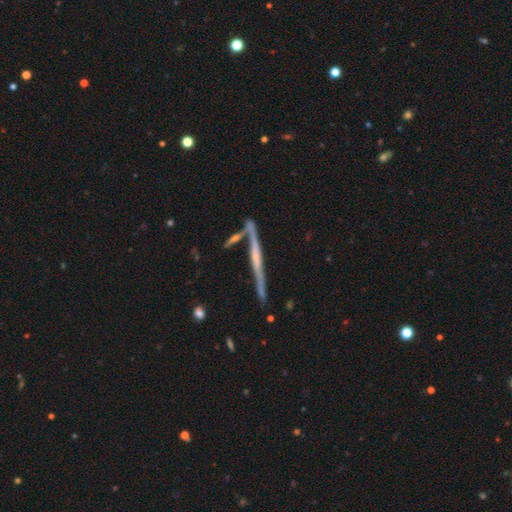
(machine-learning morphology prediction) This is likely a featured or disk galaxy (77%). It is clearly viewed edge-on (97%). Edge-on bulge: possibly rounded (50%). Merging: likely none (76%).